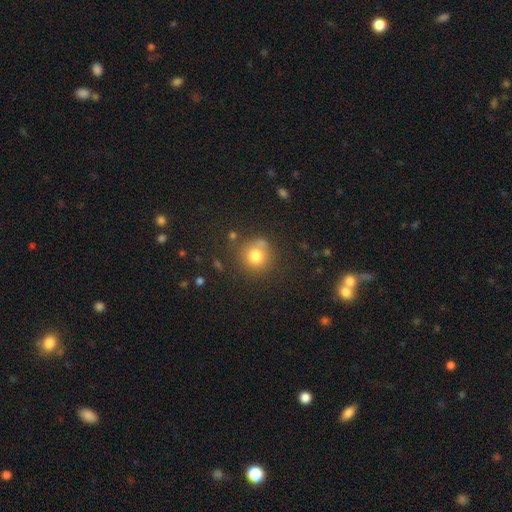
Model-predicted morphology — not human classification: The model was most divided on "merging": none: 70%, minor disturbance: 16%, merger: 8%, major disturbance: 6%. More confident: how rounded — round (90%); smooth or featured — smooth (78%).